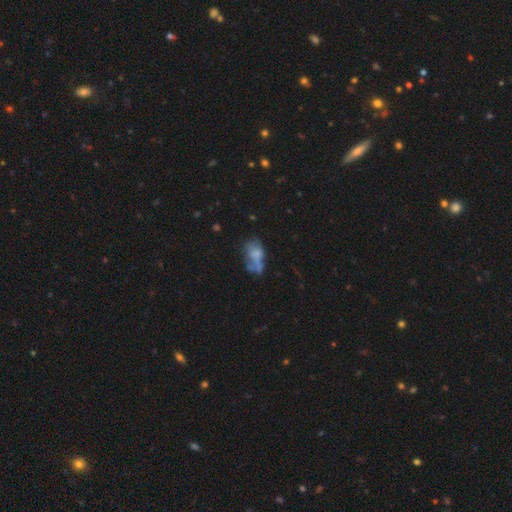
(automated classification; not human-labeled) Smooth or featured?
  - smooth: 53% *
  - featured or disk: 35%
  - star or artifact: 12%
How rounded?
  - in between: 82% *
  - cigar-shaped: 10%
  - round: 8%
Merging?
  - none: 29% *
  - major disturbance: 26%
  - minor disturbance: 24%
  - merger: 21%